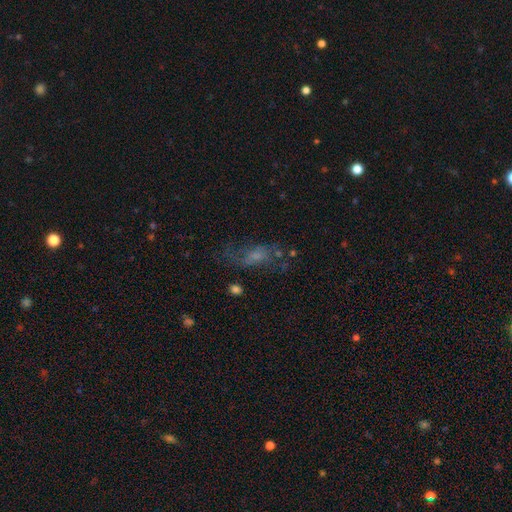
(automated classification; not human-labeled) A featured or disk galaxy (42%). Merging: none (46%).